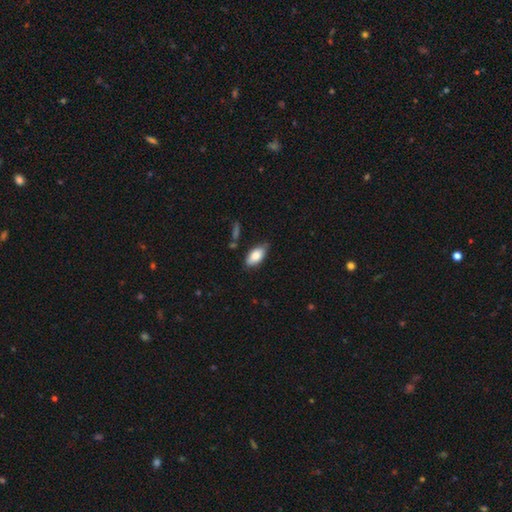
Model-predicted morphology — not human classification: A smooth galaxy with no disk features (83%) that is in between round and cigar-shaped (91%). Merging: none (72%).